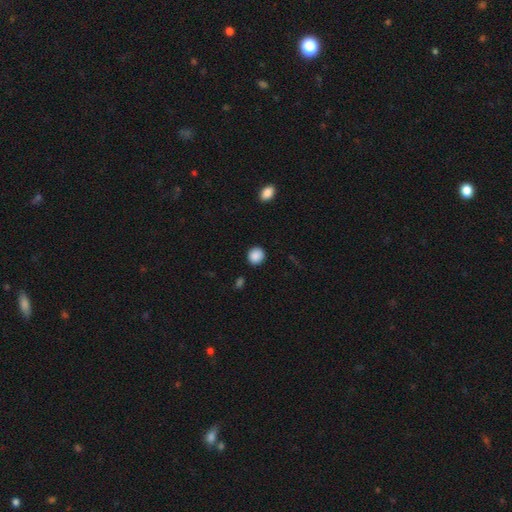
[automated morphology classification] Smooth or featured? Predicted: smooth (p=0.88). How rounded? Predicted: round (p=0.86). Merging? Predicted: none (p=0.89).